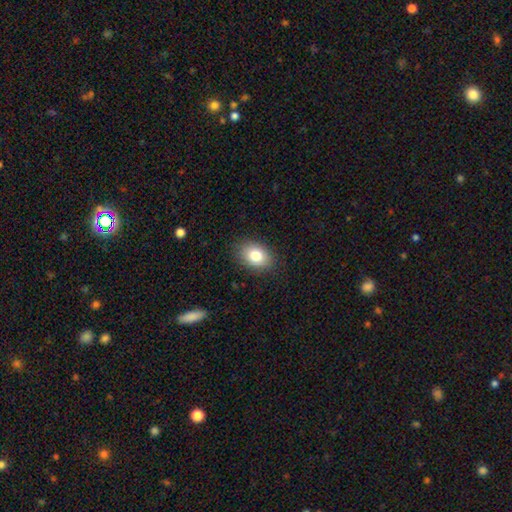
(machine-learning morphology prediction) smooth-or-featured: smooth: 81% | featured or disk: 10% | star or artifact: 9%
  how-rounded: in between: 77% | round: 22% | cigar-shaped: 1%
  merging: none: 86% | minor disturbance: 10% | major disturbance: 3% | merger: 1%